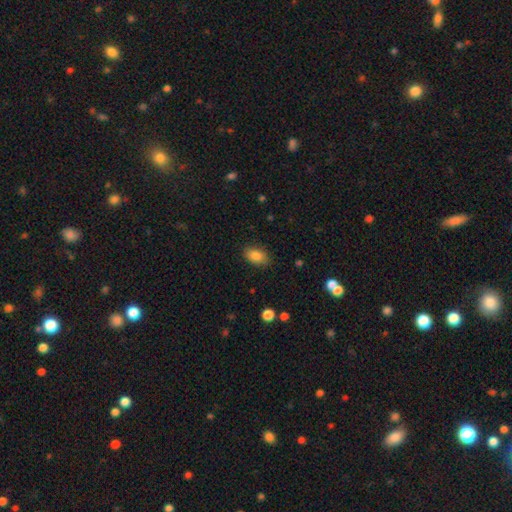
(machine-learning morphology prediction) type=smooth (85%); roundness=in between (88%); merging=none (85%).